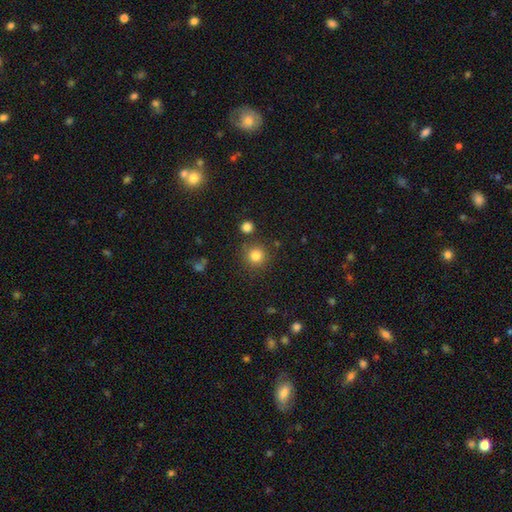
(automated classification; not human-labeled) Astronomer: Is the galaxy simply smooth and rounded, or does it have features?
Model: smooth — 81%.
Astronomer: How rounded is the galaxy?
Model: round — 94%.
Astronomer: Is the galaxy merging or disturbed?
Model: none — 84%.